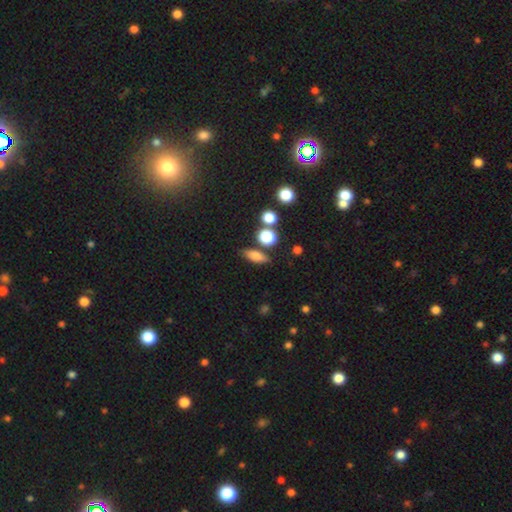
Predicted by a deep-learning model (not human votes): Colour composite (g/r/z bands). It shows a smooth galaxy with no disk features (76%) that is in between round and cigar-shaped (55%). Merging: none (77%).